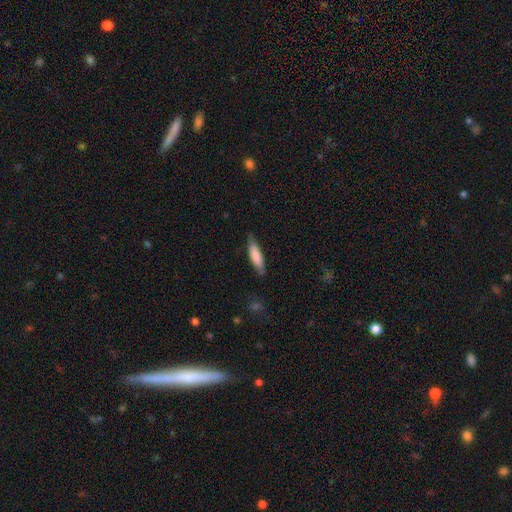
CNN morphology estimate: smooth-or-featured: smooth: 78% | featured or disk: 17% | star or artifact: 5%
  how-rounded: cigar-shaped: 68% | in between: 30% | round: 1%
  merging: none: 77% | minor disturbance: 19% | major disturbance: 3% | merger: 1%